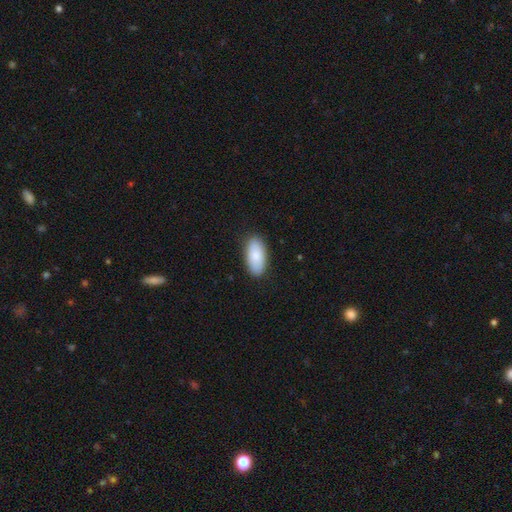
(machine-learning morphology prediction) This appears to be a smooth galaxy with no disk features (84%) that is in between round and cigar-shaped (93%). Merging: none (87%).